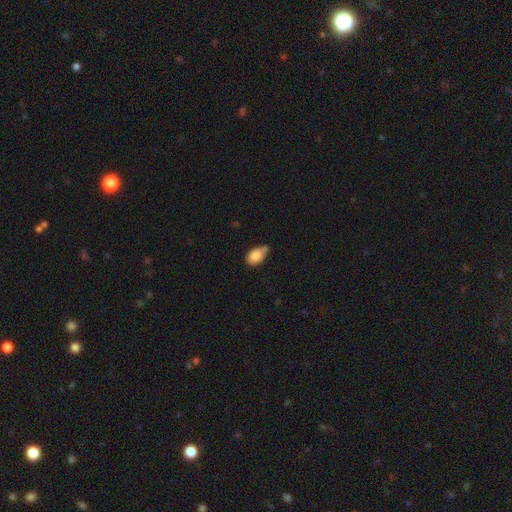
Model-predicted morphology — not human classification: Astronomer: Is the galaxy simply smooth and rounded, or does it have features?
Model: smooth — 83%.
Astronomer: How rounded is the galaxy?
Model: in between — 85%.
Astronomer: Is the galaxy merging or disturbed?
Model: none — 42% (runner-up: minor disturbance, 35%).